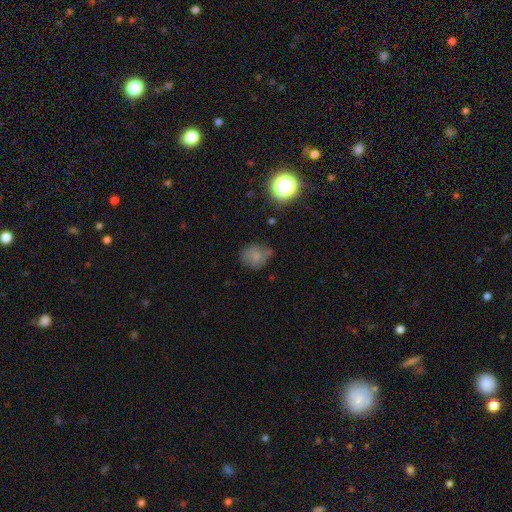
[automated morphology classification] The model was most divided on "merging": none: 55%, minor disturbance: 28%, major disturbance: 10%, merger: 7%. More confident: smooth or featured — smooth (71%); how rounded — round (69%).